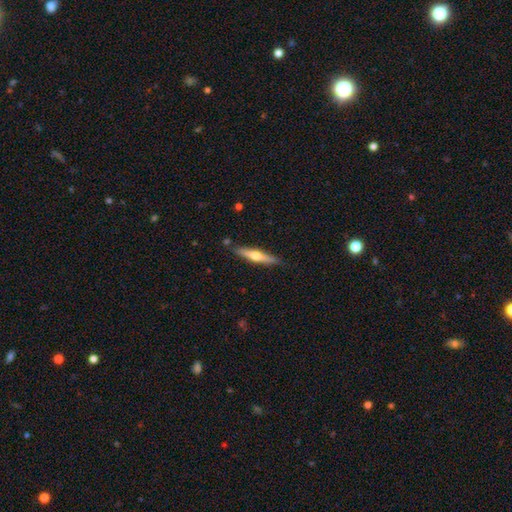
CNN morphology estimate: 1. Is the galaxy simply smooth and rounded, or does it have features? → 56% featured or disk, 39% smooth, 5% star or artifact.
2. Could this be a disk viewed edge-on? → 95% yes, 5% no.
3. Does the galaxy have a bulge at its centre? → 91% rounded, 6% none, 3% boxy.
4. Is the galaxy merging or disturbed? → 86% none, 9% minor disturbance, 2% merger, 2% major disturbance.